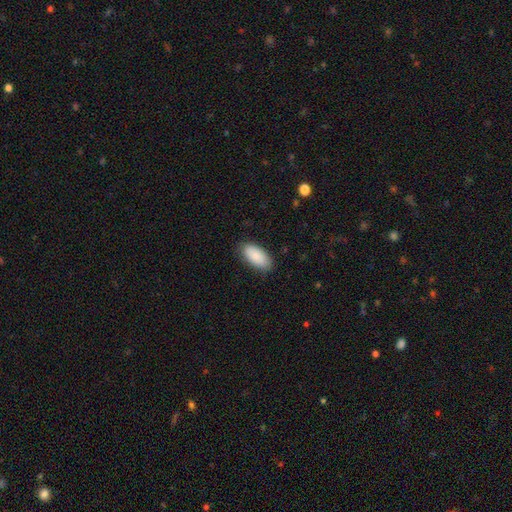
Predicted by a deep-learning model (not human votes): Smooth or featured? Predicted: smooth (p=0.88). How rounded? Predicted: in between (p=0.93). Merging? Predicted: none (p=0.85).